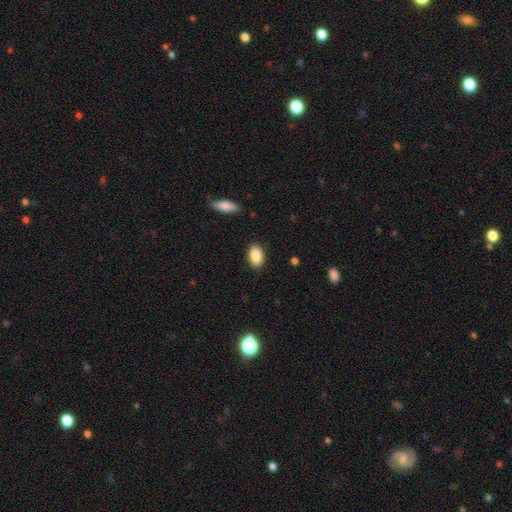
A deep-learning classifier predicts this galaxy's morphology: Q: Smooth or featured?
A: smooth (87%); runner-up: star or artifact (7%)
Q: How rounded?
A: in between (91%); runner-up: round (7%)
Q: Merging?
A: none (88%); runner-up: minor disturbance (8%)